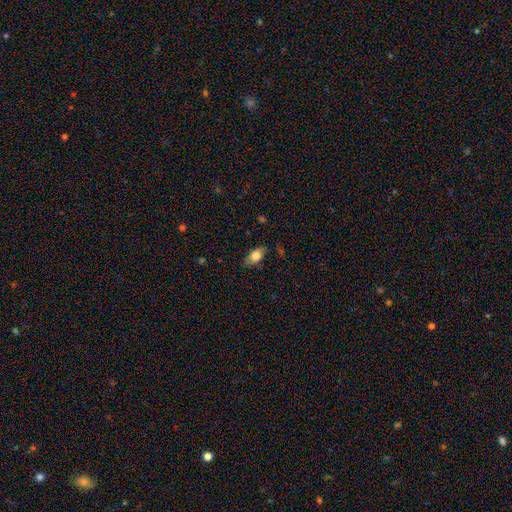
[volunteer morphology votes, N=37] A smooth galaxy with no disk features (86%) that is in between round and cigar-shaped (84%).

Vote fractions:
- Smooth or featured? smooth: 86% / featured or disk: 11% / star or artifact: 3%
- How rounded? in between: 84% / round: 9% / cigar-shaped: 6%
- Merging? none: 61% / minor disturbance: 31% / major disturbance: 8% / merger: 0%